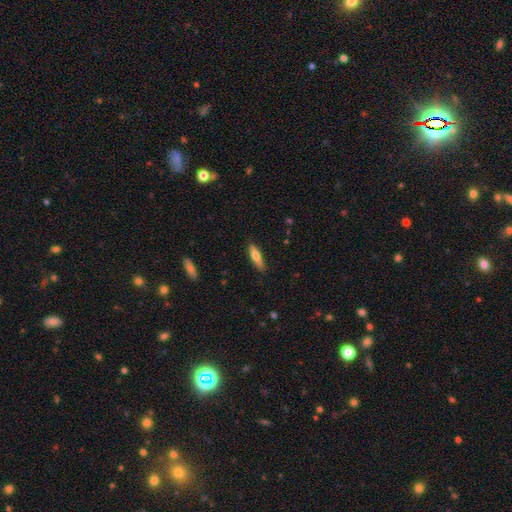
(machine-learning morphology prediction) smooth_or_featured: smooth (p=0.59) [alt: featured or disk p=0.35]
how_rounded: cigar-shaped (p=0.69) [alt: in between p=0.29]
merging: none (p=0.88) [alt: minor disturbance p=0.09]